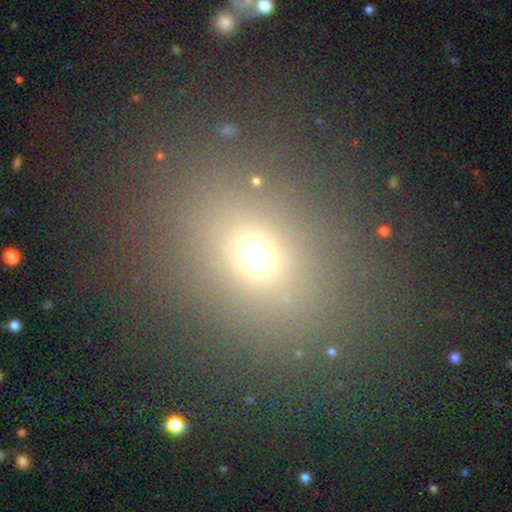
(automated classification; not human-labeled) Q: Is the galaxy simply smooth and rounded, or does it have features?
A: smooth — 65%.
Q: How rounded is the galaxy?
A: round — 59%.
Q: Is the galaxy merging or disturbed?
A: none — 75%.